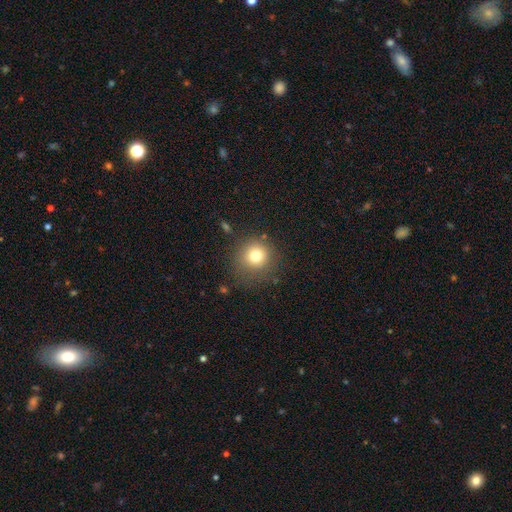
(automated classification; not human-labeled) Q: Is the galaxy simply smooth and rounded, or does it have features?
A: smooth — 77%.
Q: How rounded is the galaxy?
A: round — 91%.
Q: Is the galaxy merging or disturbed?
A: none — 80%.